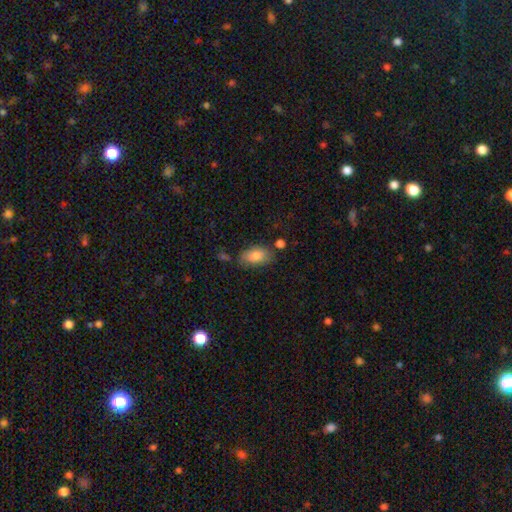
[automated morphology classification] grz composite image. It shows a smooth galaxy with no disk features (84%) that is in between round and cigar-shaped (92%). Merging: none (68%).